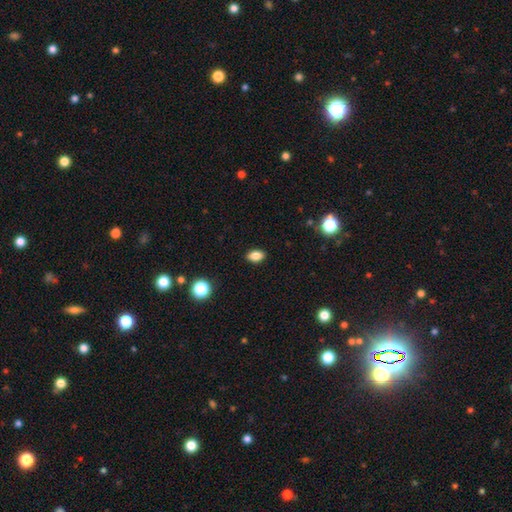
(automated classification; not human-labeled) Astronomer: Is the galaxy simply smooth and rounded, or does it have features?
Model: smooth — 85%.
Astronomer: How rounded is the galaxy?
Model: in between — 86%.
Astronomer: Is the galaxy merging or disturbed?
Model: none — 89%.